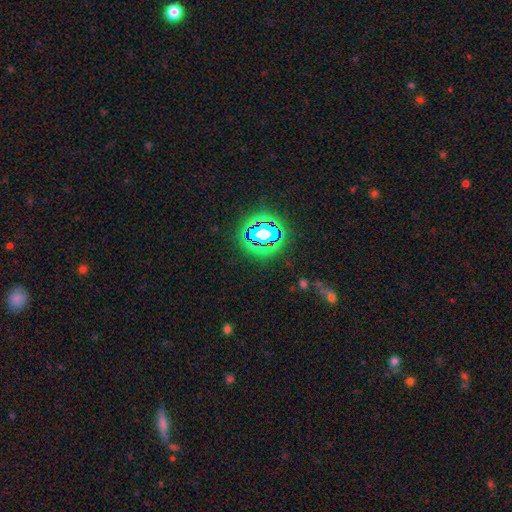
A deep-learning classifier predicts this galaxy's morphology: smooth-or-featured: star or artifact: 78% | smooth: 14% | featured or disk: 9%